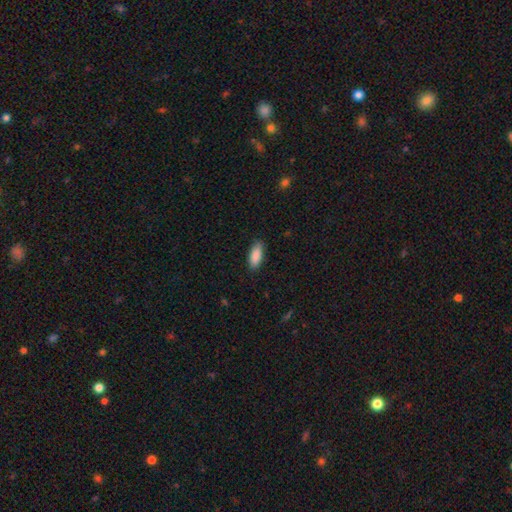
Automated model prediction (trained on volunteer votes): Smooth or featured? smooth (90%)
How rounded? in between (79%)
Merging? none (87%)